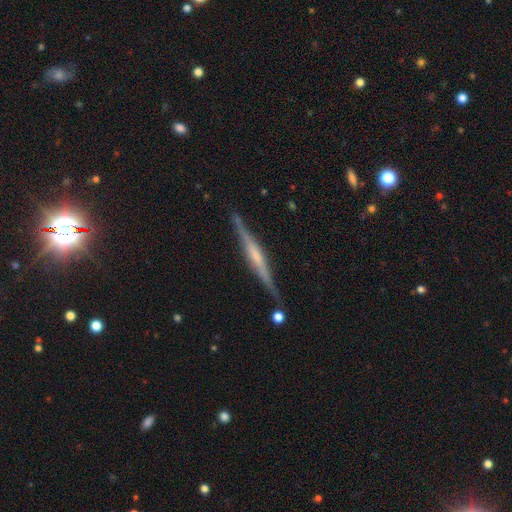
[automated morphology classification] smooth_or_featured: featured or disk (p=0.76) [alt: smooth p=0.18]
disk_edge_on: yes (p=0.98) [alt: no p=0.02]
edge_on_bulge: rounded (p=0.37) [alt: boxy p=0.36]
merging: none (p=0.86) [alt: minor disturbance p=0.10]